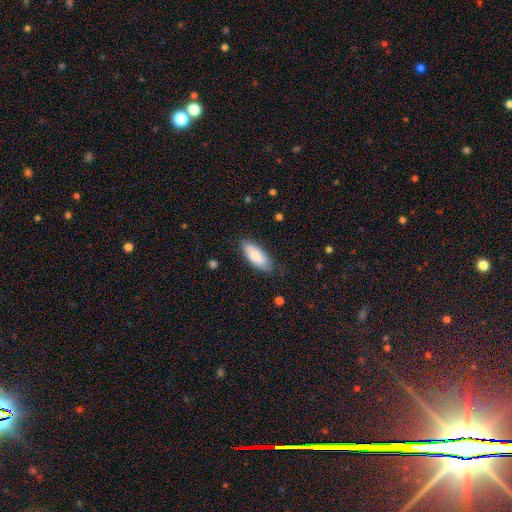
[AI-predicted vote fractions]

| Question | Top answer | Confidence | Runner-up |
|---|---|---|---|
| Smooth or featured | smooth | 82% | featured or disk (12%) |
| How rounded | in between | 81% | cigar-shaped (17%) |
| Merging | none | 79% | minor disturbance (16%) |